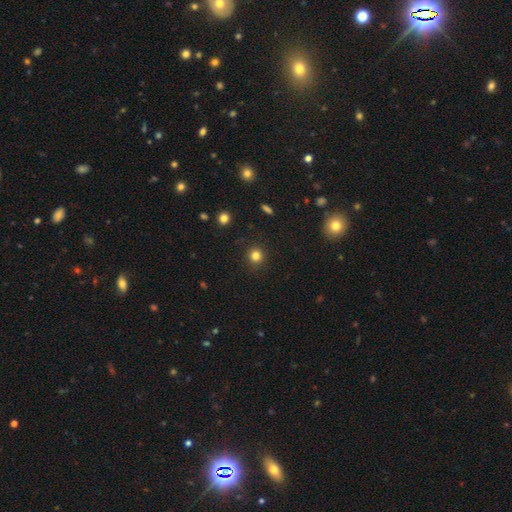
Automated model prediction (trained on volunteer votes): A smooth galaxy with no disk features (82%) that is round (92%).

Vote fractions:
- Smooth or featured? smooth: 82% / star or artifact: 13% / featured or disk: 5%
- How rounded? round: 92% / in between: 7% / cigar-shaped: 1%
- Merging? none: 90% / minor disturbance: 7% / major disturbance: 2% / merger: 1%